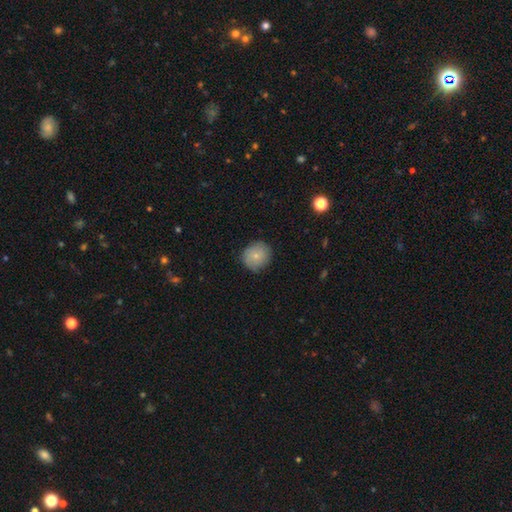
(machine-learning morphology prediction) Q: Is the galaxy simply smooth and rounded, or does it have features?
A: smooth — 75%.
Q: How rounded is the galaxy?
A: round — 86%.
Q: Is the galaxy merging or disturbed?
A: none — 82%.